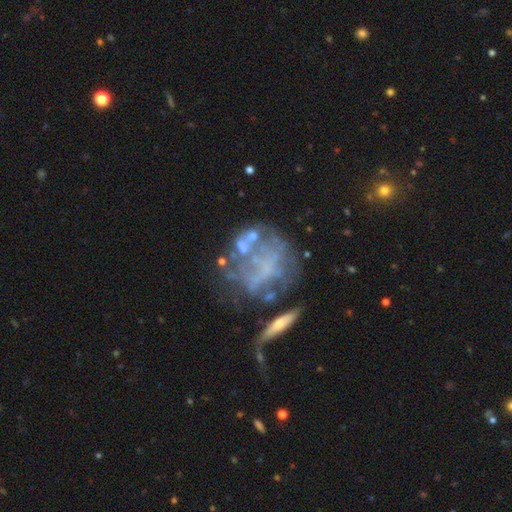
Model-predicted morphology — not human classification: type=featured or disk (63%); edge-on=no (96%); bar=no (87%); spiral arms=no (82%); bulge=none (79%); merging=none (36%).